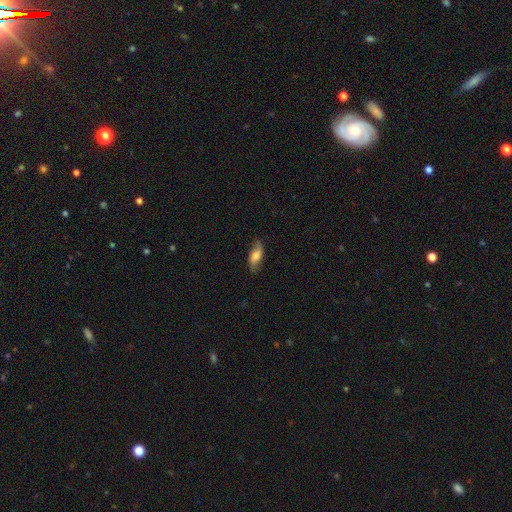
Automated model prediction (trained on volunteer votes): Morphology: type=smooth (68%); roundness=in between (80%); merging=none (76%).